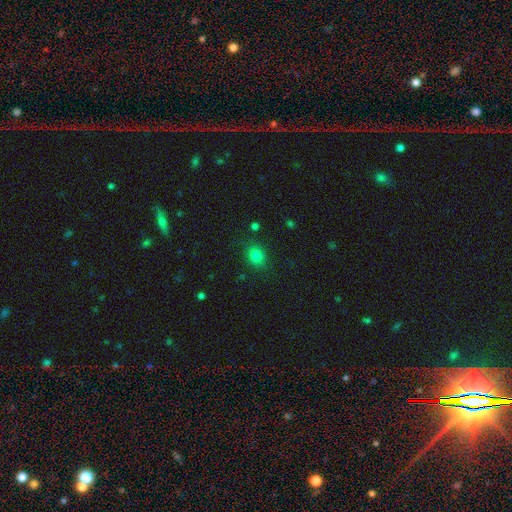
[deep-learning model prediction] Smooth or featured: smooth — 80% (star or artifact — 14%)
How rounded: round — 60% (in between — 39%)
Merging: none — 84% (minor disturbance — 11%)